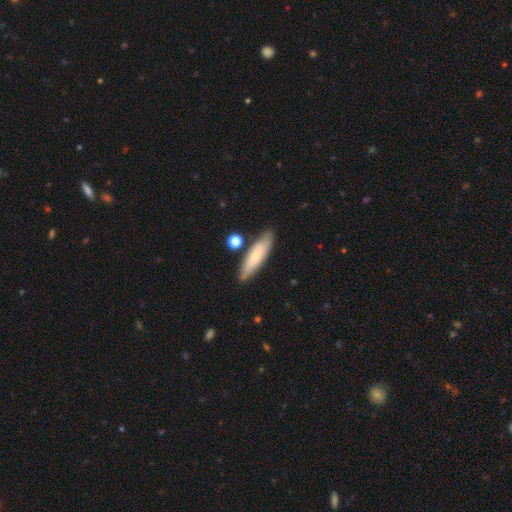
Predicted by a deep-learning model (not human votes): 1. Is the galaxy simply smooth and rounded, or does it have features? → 65% smooth, 29% featured or disk, 6% star or artifact.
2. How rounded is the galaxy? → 70% cigar-shaped, 28% in between, 2% round.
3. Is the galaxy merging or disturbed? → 78% none, 14% minor disturbance, 6% merger, 3% major disturbance.